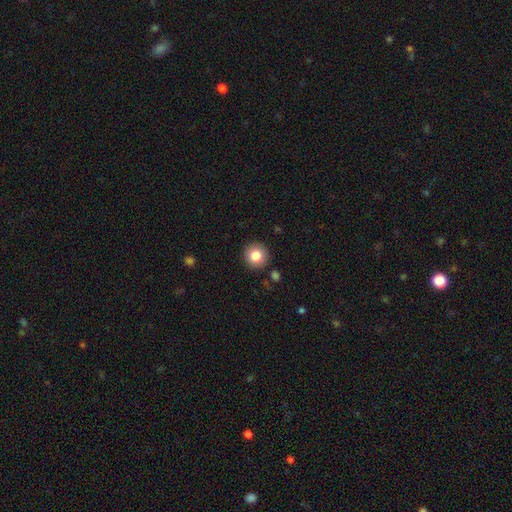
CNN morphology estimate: The model was most divided on "smooth or featured": smooth: 83%, star or artifact: 9%, featured or disk: 8%. More confident: how rounded — round (94%); merging — none (90%).